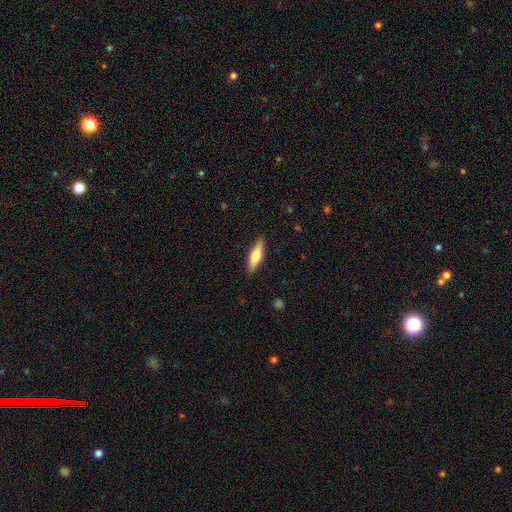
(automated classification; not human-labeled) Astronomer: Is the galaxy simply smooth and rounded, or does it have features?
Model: smooth — 57% (runner-up: featured or disk, 37%).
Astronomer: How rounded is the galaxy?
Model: cigar-shaped — 64%.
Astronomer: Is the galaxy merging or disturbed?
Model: none — 89%.